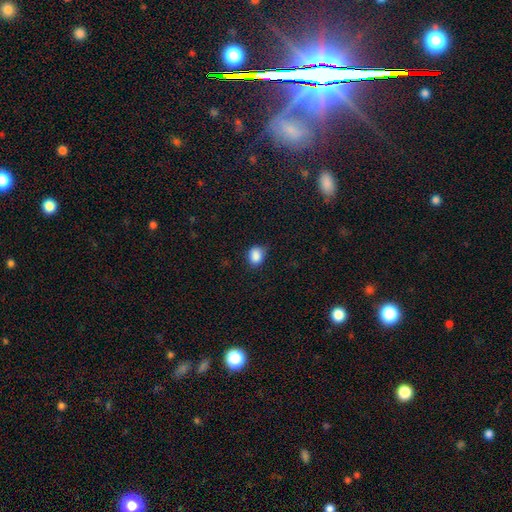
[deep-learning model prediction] Smooth or featured: smooth — 87% (star or artifact — 9%)
How rounded: in between — 54% (round — 45%)
Merging: none — 71% (minor disturbance — 23%)